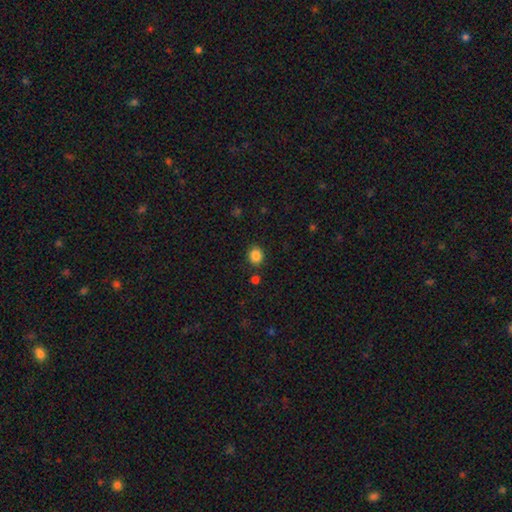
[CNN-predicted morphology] smooth 86%, star or artifact 10%, featured or disk 4%. Down the decision tree: how rounded — round (67%); merging — none (85%).